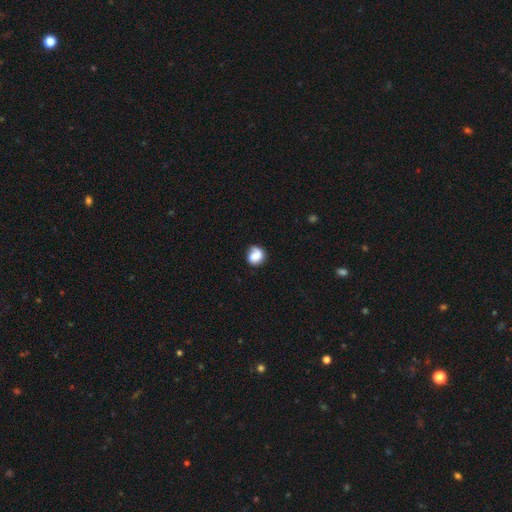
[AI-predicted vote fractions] Smooth or featured?
  - smooth: 67% *
  - featured or disk: 24%
  - star or artifact: 9%
How rounded?
  - round: 65% *
  - in between: 33%
  - cigar-shaped: 1%
Merging?
  - none: 53% *
  - minor disturbance: 26%
  - major disturbance: 14%
  - merger: 7%